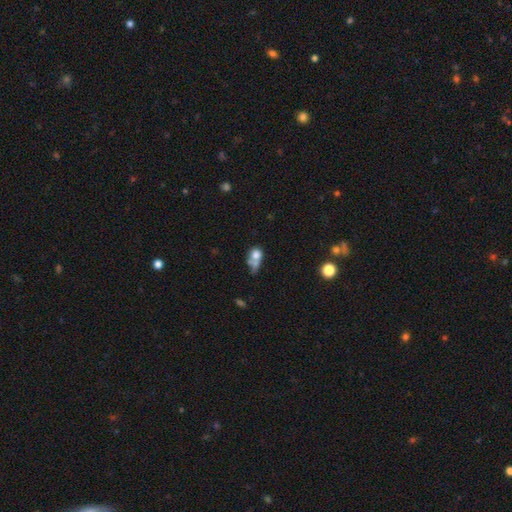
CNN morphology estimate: Smooth or featured? Predicted: smooth (p=0.67). How rounded? Predicted: round (p=0.60). Merging? Predicted: merger (p=0.49).